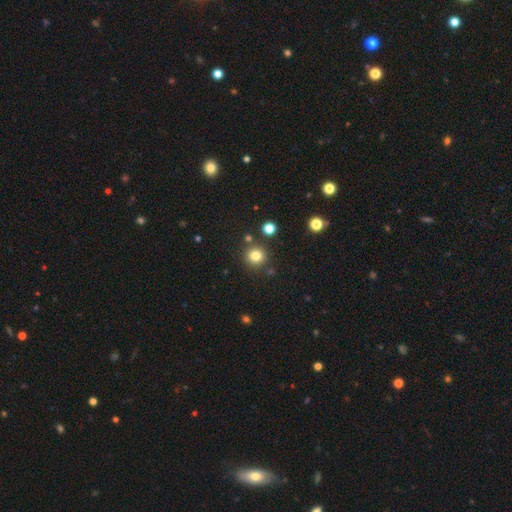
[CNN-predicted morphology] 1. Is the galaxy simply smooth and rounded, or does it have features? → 81% smooth, 13% star or artifact, 6% featured or disk.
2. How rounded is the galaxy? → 93% round, 6% in between, 1% cigar-shaped.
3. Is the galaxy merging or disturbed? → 85% none, 7% minor disturbance, 6% merger, 3% major disturbance.